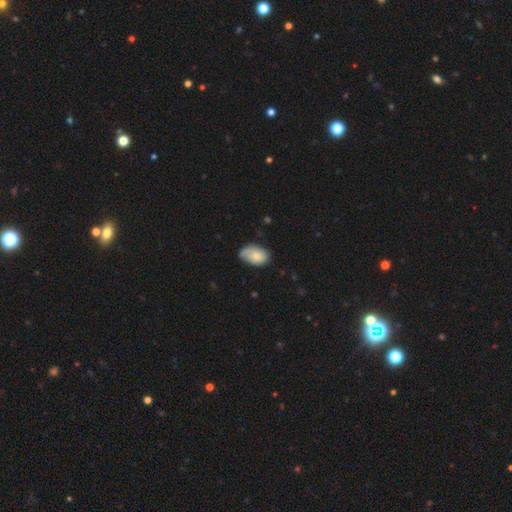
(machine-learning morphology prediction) A smooth galaxy with no disk features (69%) that is in between round and cigar-shaped (90%). Merging: none (49%).